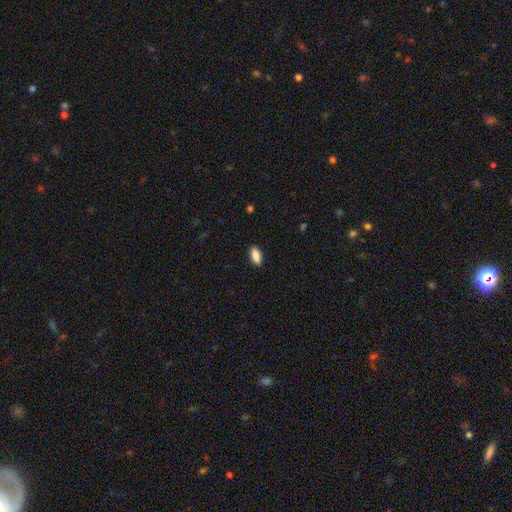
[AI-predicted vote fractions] A smooth galaxy with no disk features (87%) that is in between round and cigar-shaped (87%).

Vote fractions:
- Smooth or featured? smooth: 87% / star or artifact: 7% / featured or disk: 6%
- How rounded? in between: 87% / cigar-shaped: 10% / round: 2%
- Merging? none: 88% / minor disturbance: 9% / major disturbance: 2% / merger: 1%